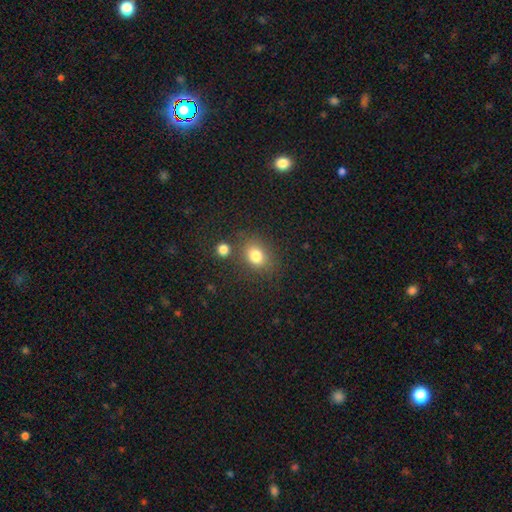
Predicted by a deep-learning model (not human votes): A smooth galaxy with no disk features (80%) that is in between round and cigar-shaped (55%).

Vote fractions:
- Smooth or featured? smooth: 80% / star or artifact: 12% / featured or disk: 8%
- How rounded? in between: 55% / round: 43% / cigar-shaped: 1%
- Merging? none: 73% / minor disturbance: 13% / merger: 9% / major disturbance: 5%